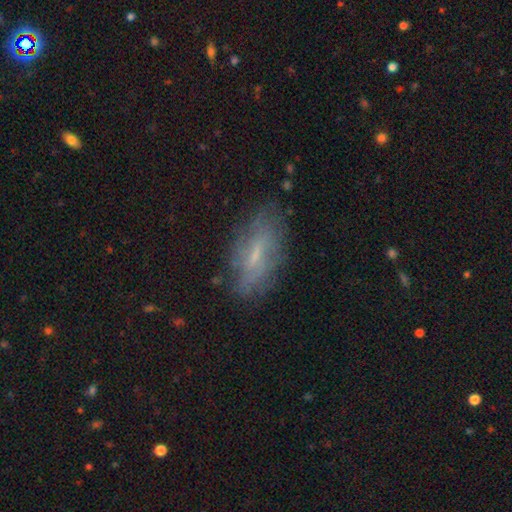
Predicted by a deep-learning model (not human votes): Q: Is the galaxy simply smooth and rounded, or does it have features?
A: smooth — 45%, tied with featured or disk.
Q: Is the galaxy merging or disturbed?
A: none — 72%.